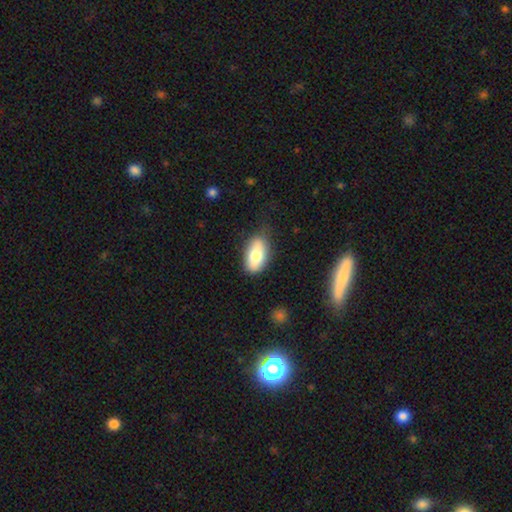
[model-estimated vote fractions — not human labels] A smooth galaxy with no disk features (78%) that is in between round and cigar-shaped (91%). Merging: none (72%).